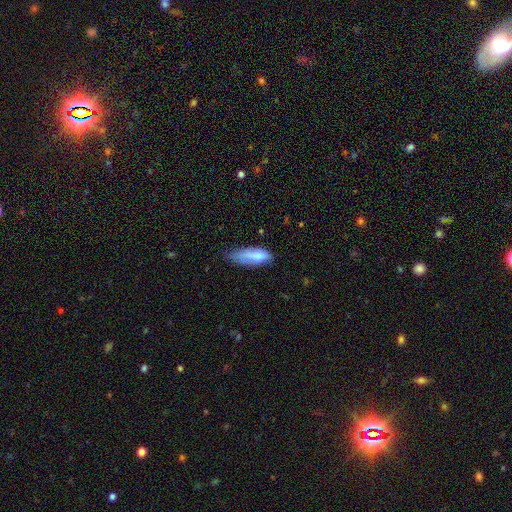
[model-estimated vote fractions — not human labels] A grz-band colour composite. It shows a smooth galaxy with no disk features (80%) that is in between round and cigar-shaped (66%). Merging: minor disturbance (43%).